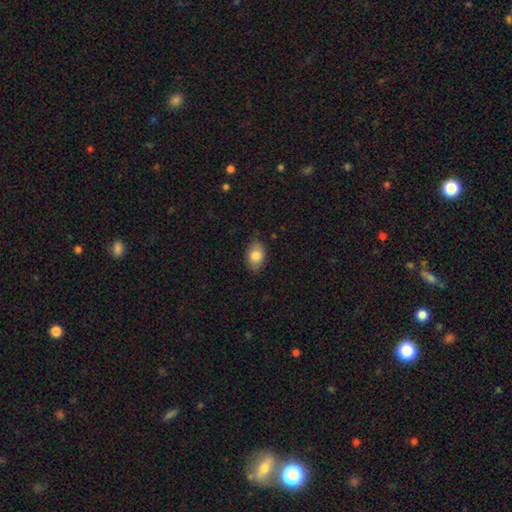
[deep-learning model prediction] smooth_or_featured: smooth (p=0.82) [alt: featured or disk p=0.10]
how_rounded: in between (p=0.87) [alt: round p=0.12]
merging: none (p=0.84) [alt: minor disturbance p=0.13]